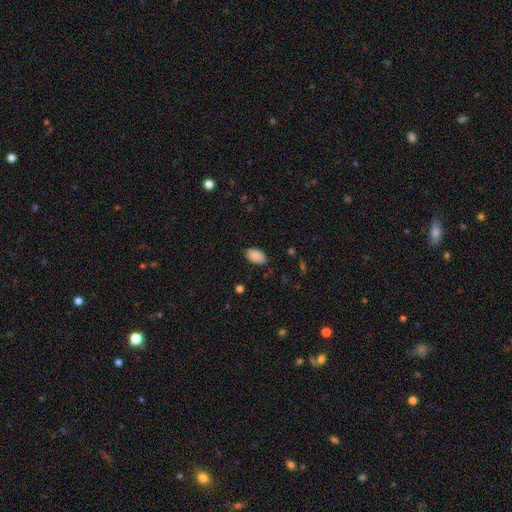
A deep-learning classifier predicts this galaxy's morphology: type=smooth (89%); roundness=in between (92%); merging=none (85%).